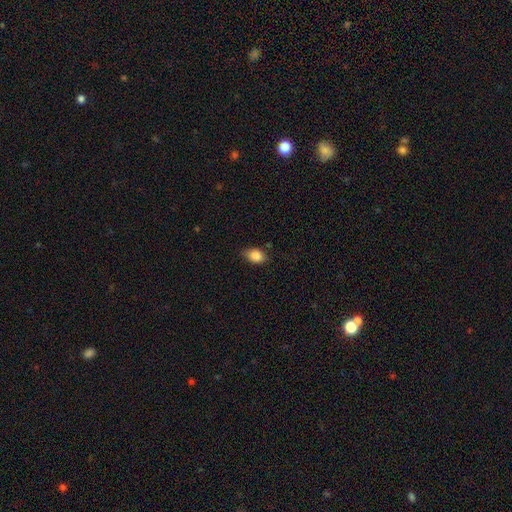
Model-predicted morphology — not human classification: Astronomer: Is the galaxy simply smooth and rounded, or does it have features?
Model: smooth — 86%.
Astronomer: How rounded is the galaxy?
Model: in between — 78%.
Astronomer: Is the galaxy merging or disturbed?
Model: none — 71%.